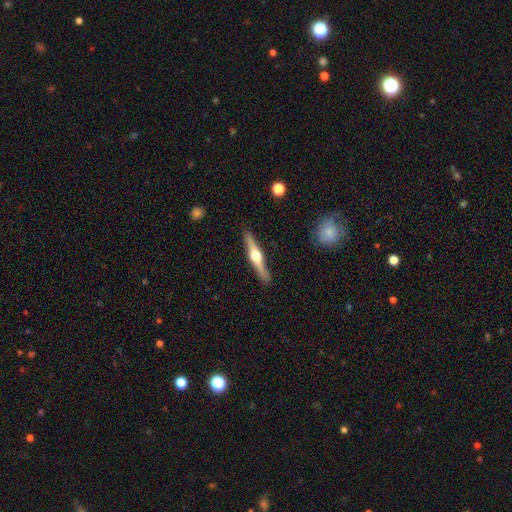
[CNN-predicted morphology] A featured or disk galaxy (75%) viewed edge-on (98%) with a rounded central bulge (95%). Merging: none (90%).